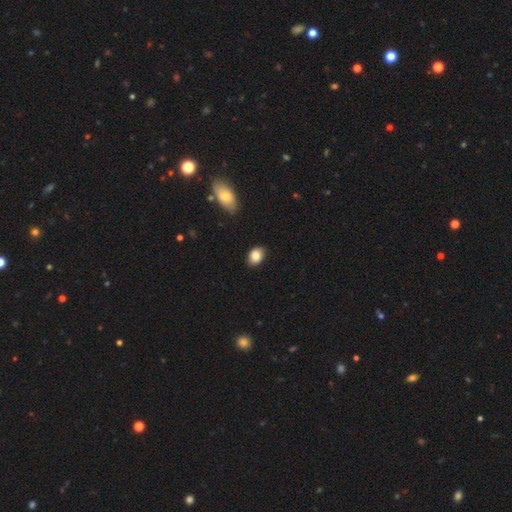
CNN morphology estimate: Smooth or featured? Predicted: smooth (p=0.86). How rounded? Predicted: in between (p=0.77). Merging? Predicted: none (p=0.84).